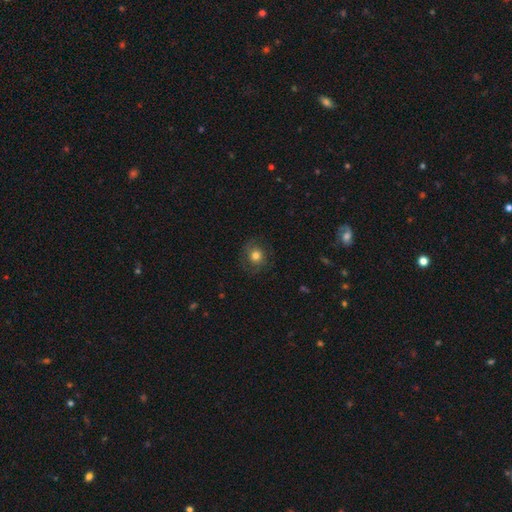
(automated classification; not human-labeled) Morphology: type=smooth (59%); roundness=round (83%); merging=none (78%).